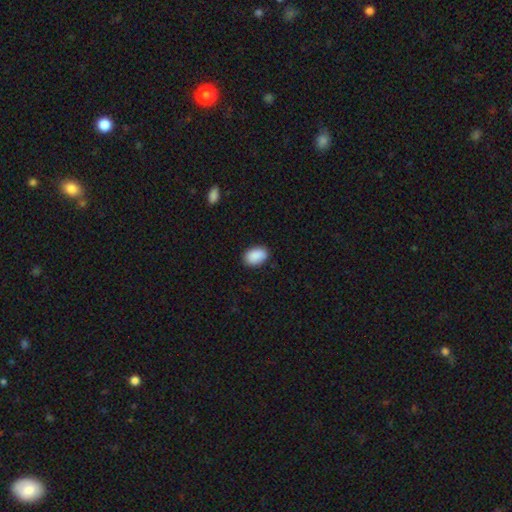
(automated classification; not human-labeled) Q: Smooth or featured?
A: smooth (90%); runner-up: star or artifact (7%)
Q: How rounded?
A: in between (88%); runner-up: round (10%)
Q: Merging?
A: none (86%); runner-up: minor disturbance (10%)